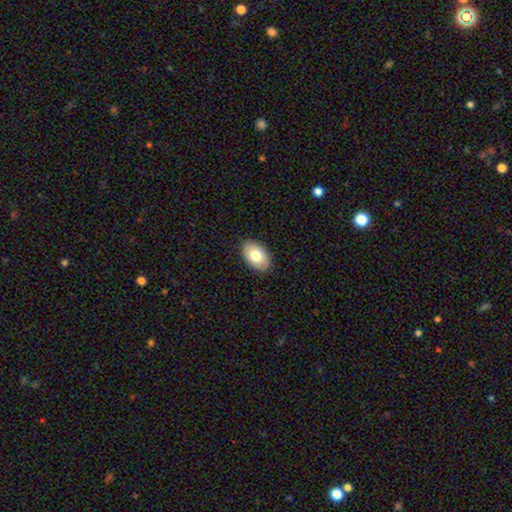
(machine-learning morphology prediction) This is likely a smooth galaxy (78%). How rounded: clearly in between (92%). Merging: clearly none (89%).